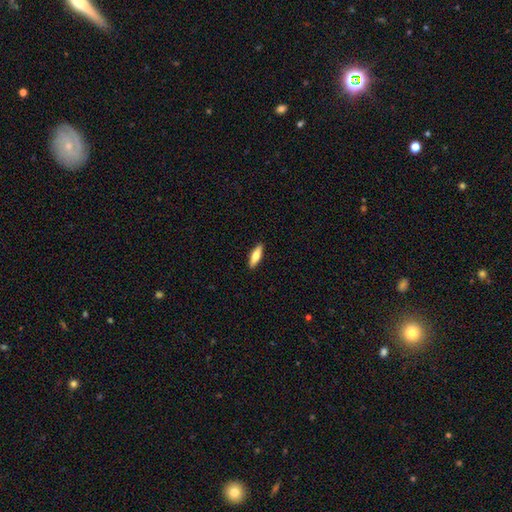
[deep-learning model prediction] Morphology: type=smooth (70%); roundness=cigar-shaped (50%); merging=none (91%).